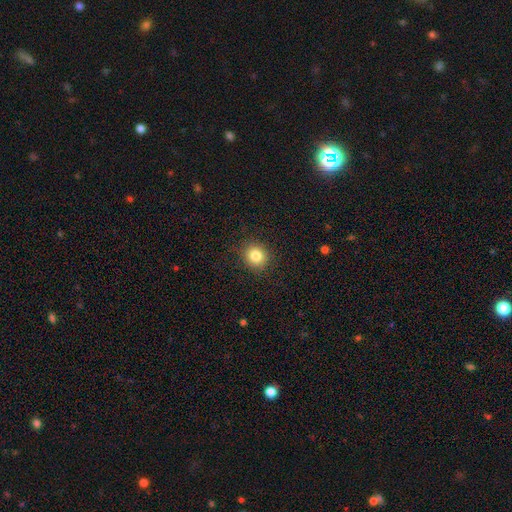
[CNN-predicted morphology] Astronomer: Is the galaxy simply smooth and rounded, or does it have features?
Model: smooth — 83%.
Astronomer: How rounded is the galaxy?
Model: round — 85%.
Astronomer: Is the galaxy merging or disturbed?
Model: none — 89%.